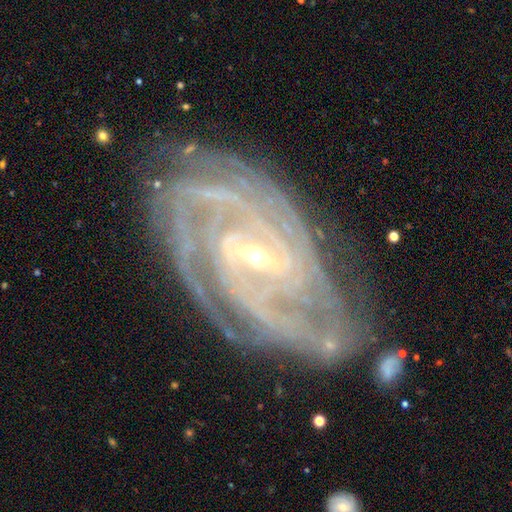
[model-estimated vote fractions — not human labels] This appears to be a featured or disk galaxy (91%) with a weak bar (42%), 4 (25%) tight (73%) spiral arms (98%) and a small central bulge (75%). Merging: none (75%).